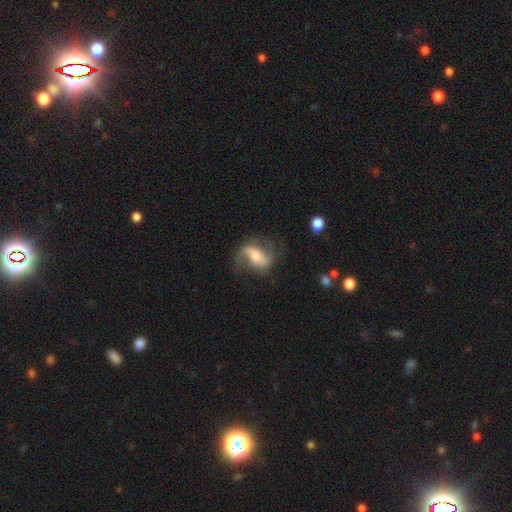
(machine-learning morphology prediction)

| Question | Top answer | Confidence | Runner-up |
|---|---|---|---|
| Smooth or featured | featured or disk | 77% | smooth (16%) |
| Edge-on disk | no | 95% | yes (5%) |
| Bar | weak | 37% | tied: strong (37%) |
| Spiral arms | yes | 92% | no (8%) |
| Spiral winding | loose | 59% | medium (32%) |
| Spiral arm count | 2 | 86% | 1 (6%) |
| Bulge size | moderate | 60% | small (28%) |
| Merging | none | 67% | minor disturbance (19%) |